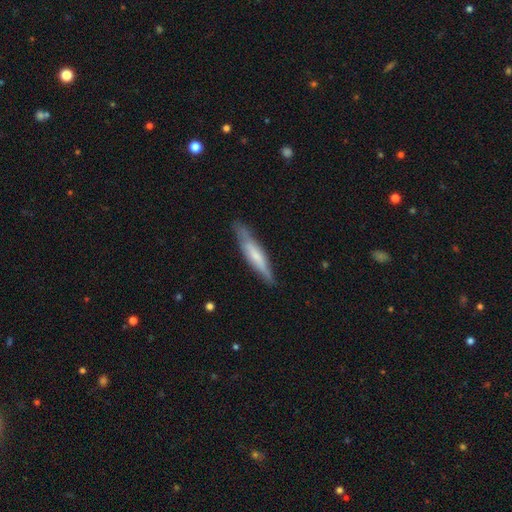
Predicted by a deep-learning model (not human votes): smooth-or-featured: smooth: 50% | featured or disk: 44% | star or artifact: 6%
  how-rounded: cigar-shaped: 85% | in between: 13% | round: 1%
  merging: none: 80% | minor disturbance: 15% | major disturbance: 3% | merger: 1%